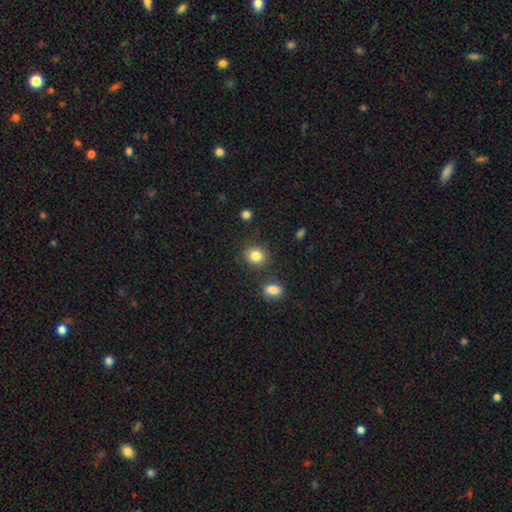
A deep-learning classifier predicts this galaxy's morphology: Smooth or featured: smooth — 84% (star or artifact — 10%)
How rounded: round — 74% (in between — 25%)
Merging: none — 82% (minor disturbance — 9%)